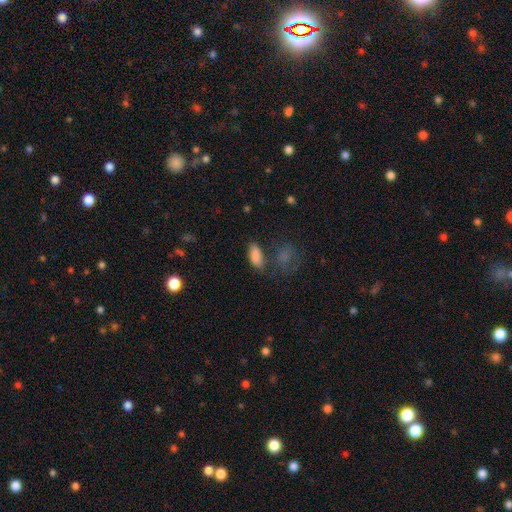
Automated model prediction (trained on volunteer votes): This is clearly a smooth galaxy (84%). How rounded: clearly in between (84%). Merging: likely none (66%).